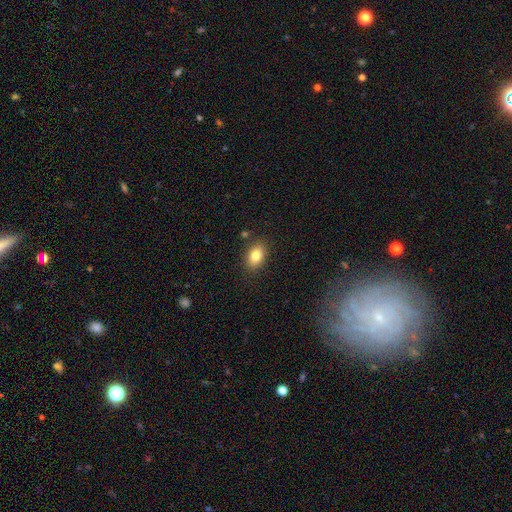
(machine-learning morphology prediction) smooth-or-featured: smooth: 84% | star or artifact: 9% | featured or disk: 8%
  how-rounded: in between: 84% | round: 14% | cigar-shaped: 2%
  merging: none: 84% | minor disturbance: 10% | major disturbance: 3% | merger: 3%